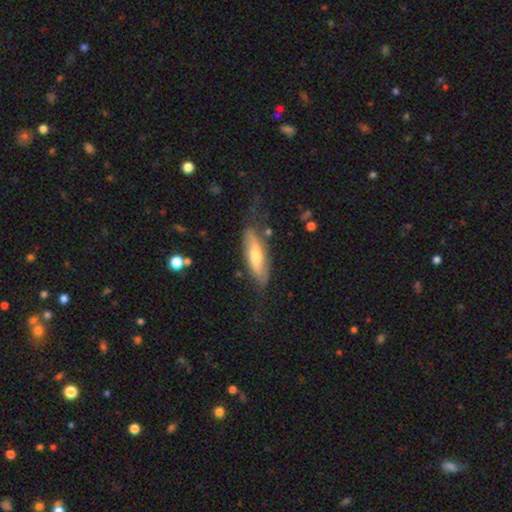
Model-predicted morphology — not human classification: Smooth or featured?
  - featured or disk: 48% *
  - smooth: 47%
  - star or artifact: 6%
Merging?
  - none: 64% *
  - minor disturbance: 24%
  - major disturbance: 10%
  - merger: 3%